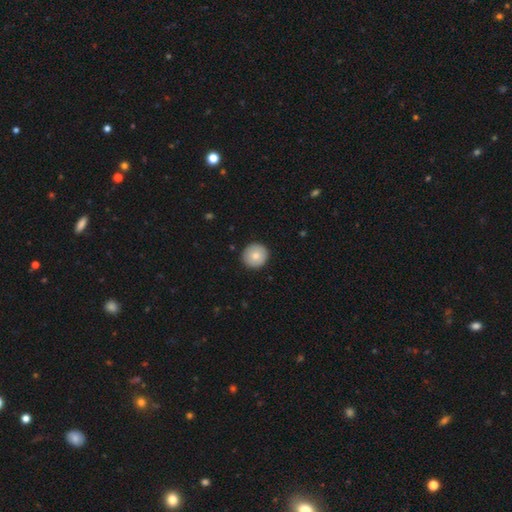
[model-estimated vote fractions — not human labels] smooth_or_featured: smooth (p=0.78) [alt: featured or disk p=0.15]
how_rounded: round (p=0.95) [alt: in between p=0.04]
merging: none (p=0.92) [alt: minor disturbance p=0.06]